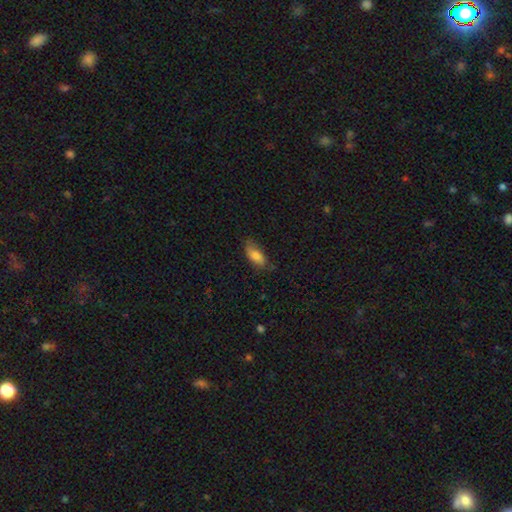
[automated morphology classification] This is clearly a smooth galaxy (81%). How rounded: clearly in between (84%). Merging: likely none (71%).